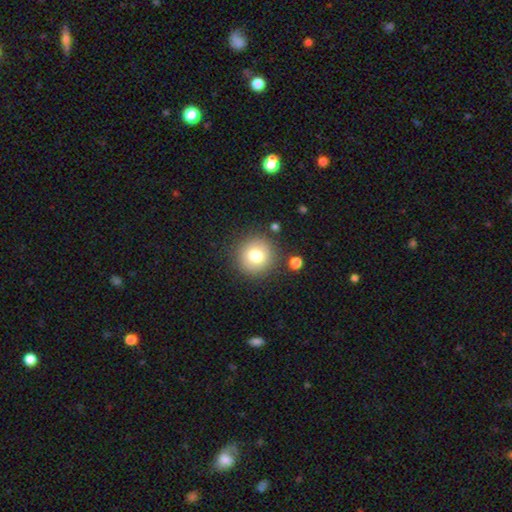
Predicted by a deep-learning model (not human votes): smooth_or_featured: smooth (p=0.78) [alt: star or artifact p=0.11]
how_rounded: round (p=0.94) [alt: in between p=0.05]
merging: none (p=0.86) [alt: minor disturbance p=0.08]